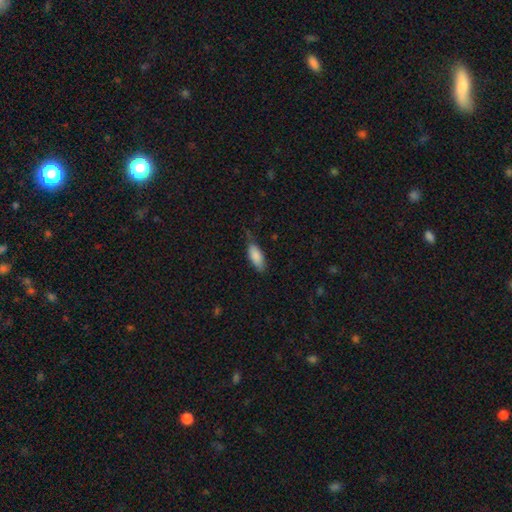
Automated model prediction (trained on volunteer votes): Smooth or featured? smooth (86%)
How rounded? in between (80%)
Merging? none (64%)